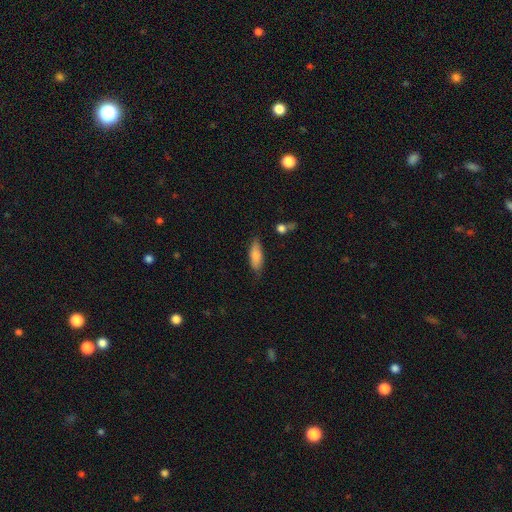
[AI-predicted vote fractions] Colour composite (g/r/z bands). It shows a smooth galaxy with no disk features (81%) that is in between round and cigar-shaped (66%). Merging: none (73%).